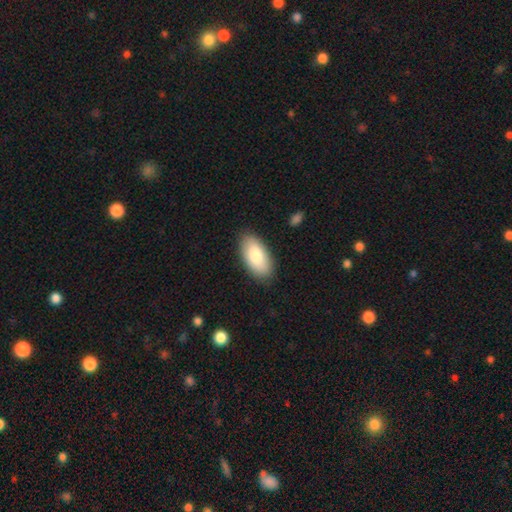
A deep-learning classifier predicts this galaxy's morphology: A smooth galaxy with no disk features (82%) that is in between round and cigar-shaped (94%).

Vote fractions:
- Smooth or featured? smooth: 82% / featured or disk: 12% / star or artifact: 6%
- How rounded? in between: 94% / cigar-shaped: 4% / round: 2%
- Merging? none: 87% / minor disturbance: 10% / major disturbance: 2% / merger: 1%